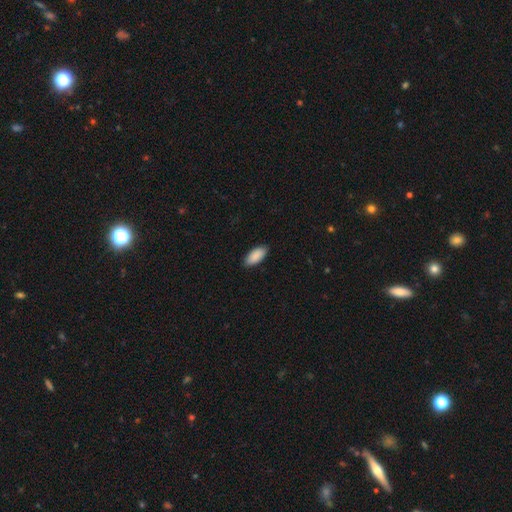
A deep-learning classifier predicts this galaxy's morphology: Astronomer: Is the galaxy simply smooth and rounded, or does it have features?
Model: smooth — 91%.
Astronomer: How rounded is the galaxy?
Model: in between — 91%.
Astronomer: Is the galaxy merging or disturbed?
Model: none — 88%.